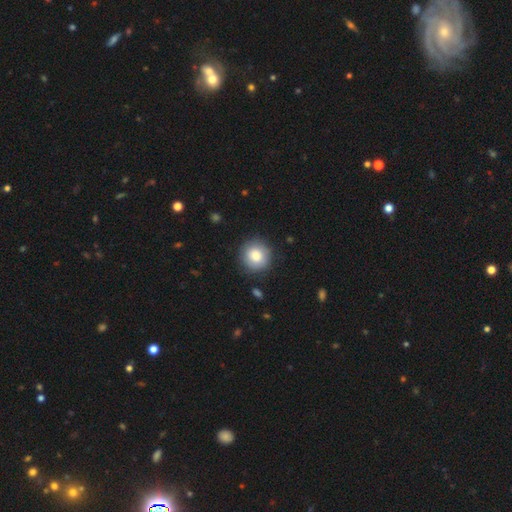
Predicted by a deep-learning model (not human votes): A smooth galaxy with no disk features (81%) that is round (93%). Merging: none (88%).